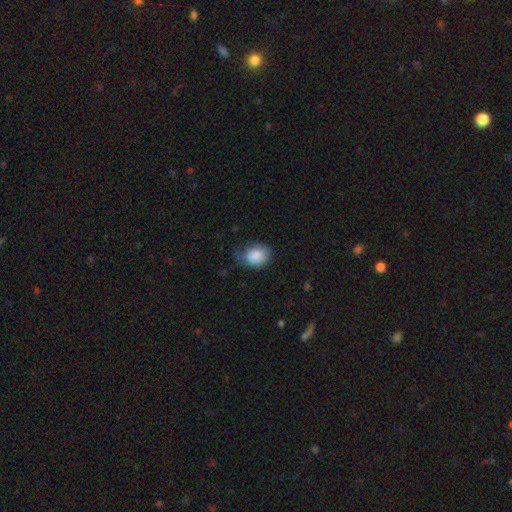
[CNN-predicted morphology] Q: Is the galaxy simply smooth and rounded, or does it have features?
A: smooth — 85%.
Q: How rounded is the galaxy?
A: round — 51%.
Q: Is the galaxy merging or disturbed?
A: none — 53%.